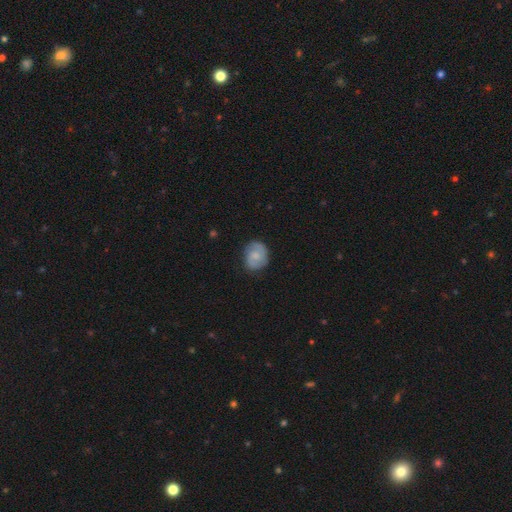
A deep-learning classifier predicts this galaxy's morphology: A smooth galaxy with no disk features (48%).

Vote fractions:
- Smooth or featured? smooth: 48% / featured or disk: 45% / star or artifact: 7%
- Merging? none: 73% / minor disturbance: 20% / major disturbance: 6% / merger: 1%